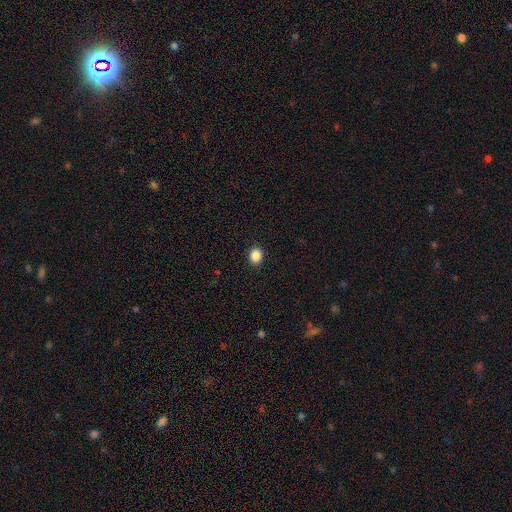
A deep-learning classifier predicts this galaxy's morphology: Smooth or featured: smooth — 88% (star or artifact — 9%)
How rounded: round — 64% (in between — 35%)
Merging: none — 92% (minor disturbance — 6%)